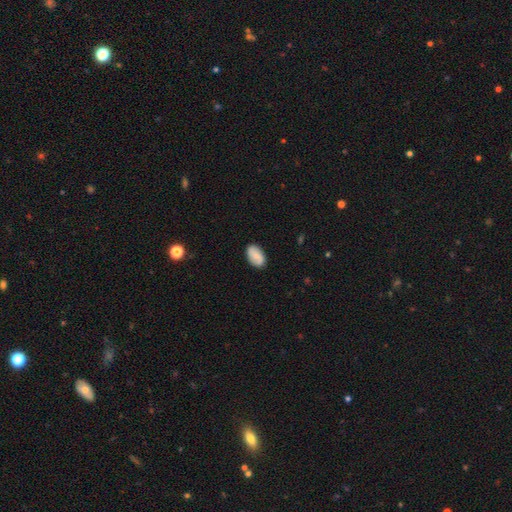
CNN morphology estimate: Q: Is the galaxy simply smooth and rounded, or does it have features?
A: smooth — 71%.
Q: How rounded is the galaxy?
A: in between — 92%.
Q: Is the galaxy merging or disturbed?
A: none — 84%.